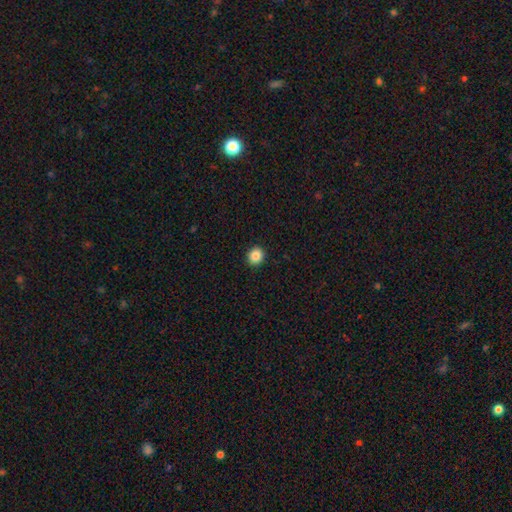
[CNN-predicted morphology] The model was most divided on "how rounded": round: 85%, in between: 14%, cigar-shaped: 1%. More confident: merging — none (93%); smooth or featured — smooth (87%).